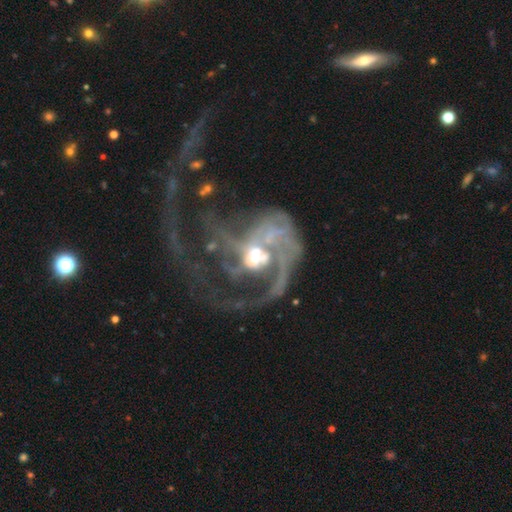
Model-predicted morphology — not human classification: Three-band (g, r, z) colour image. It shows a featured or disk galaxy (81%) with no bar (62%), loose (49%) spiral arms (79%) and a moderate central bulge (58%). Merging: major disturbance (44%).